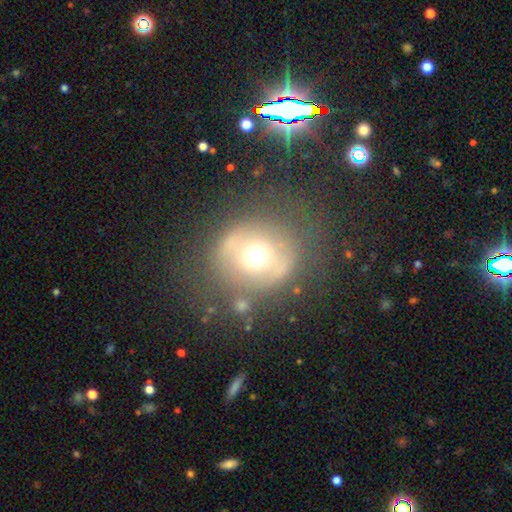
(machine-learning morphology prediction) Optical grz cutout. It shows a smooth galaxy with no disk features (48%). Merging: none (70%).